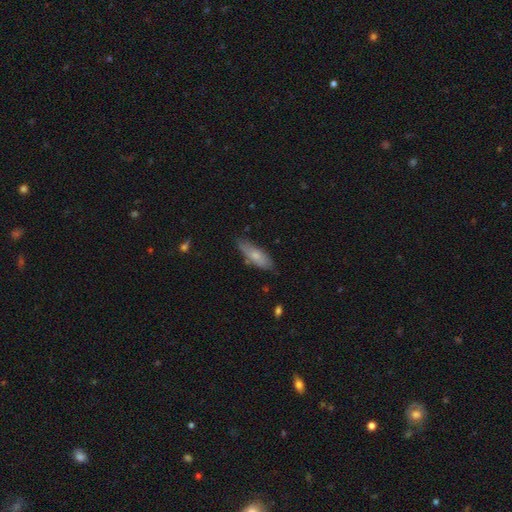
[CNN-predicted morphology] The model was most divided on "how rounded": in between: 55%, cigar-shaped: 43%, round: 2%. More confident: merging — none (73%); smooth or featured — smooth (70%).